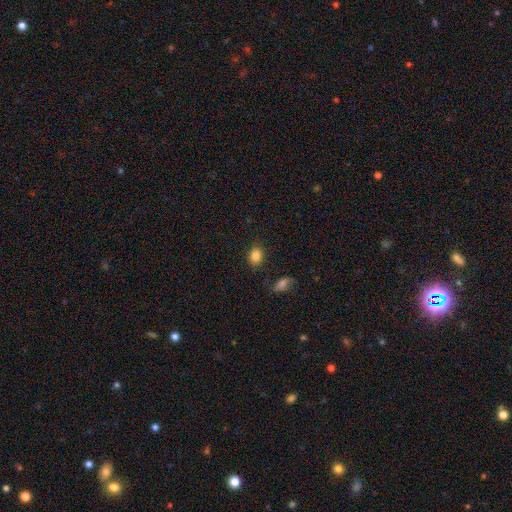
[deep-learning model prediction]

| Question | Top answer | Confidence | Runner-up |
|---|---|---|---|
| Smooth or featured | smooth | 85% | star or artifact (10%) |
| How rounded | in between | 65% | round (34%) |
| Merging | none | 81% | minor disturbance (12%) |